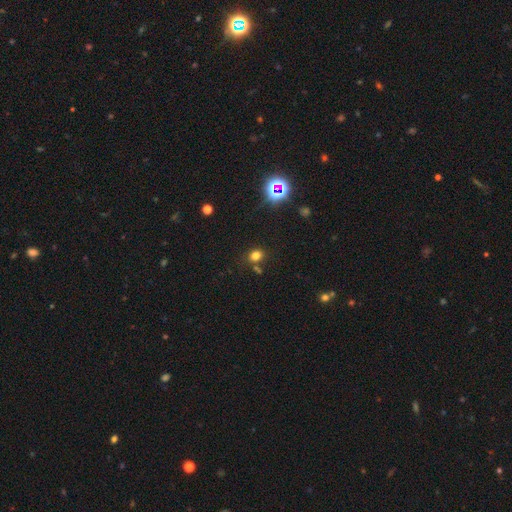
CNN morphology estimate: Smooth or featured?
  - smooth: 73% *
  - star or artifact: 20%
  - featured or disk: 7%
How rounded?
  - round: 53% *
  - in between: 46%
  - cigar-shaped: 1%
Merging?
  - none: 73% *
  - minor disturbance: 12%
  - merger: 11%
  - major disturbance: 4%